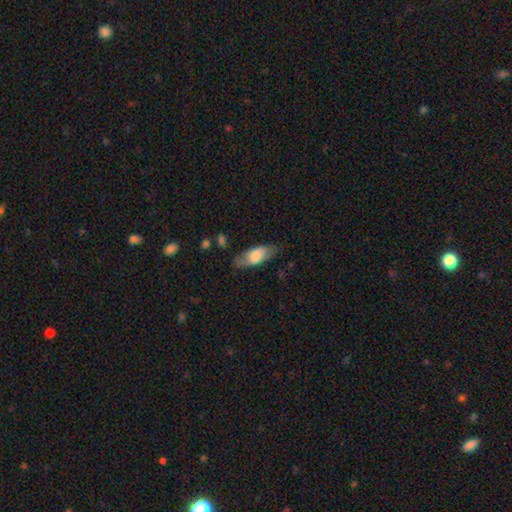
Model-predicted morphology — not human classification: Smooth or featured? smooth (62%)
How rounded? in between (78%)
Merging? none (71%)